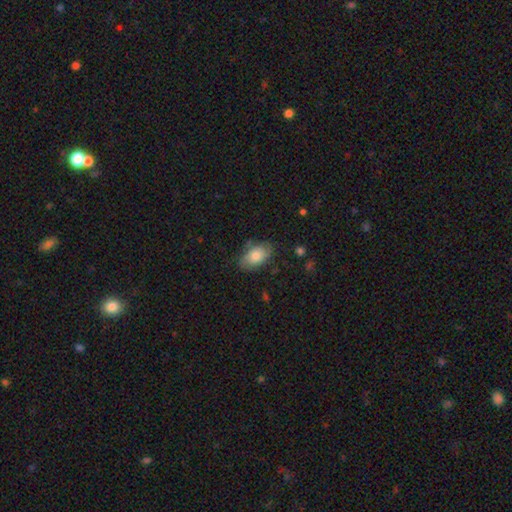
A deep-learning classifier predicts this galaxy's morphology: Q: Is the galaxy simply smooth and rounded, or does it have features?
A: smooth — 73%.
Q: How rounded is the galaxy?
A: in between — 91%.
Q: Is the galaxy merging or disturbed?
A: none — 73%.